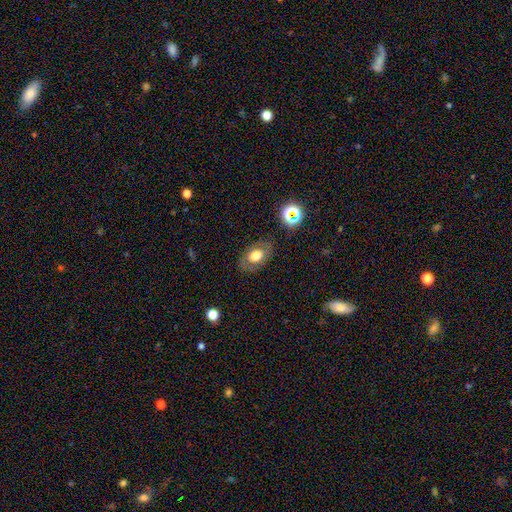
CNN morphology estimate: Q: Smooth or featured?
A: smooth (63%); runner-up: featured or disk (27%)
Q: How rounded?
A: in between (83%); runner-up: round (16%)
Q: Merging?
A: none (79%); runner-up: minor disturbance (14%)